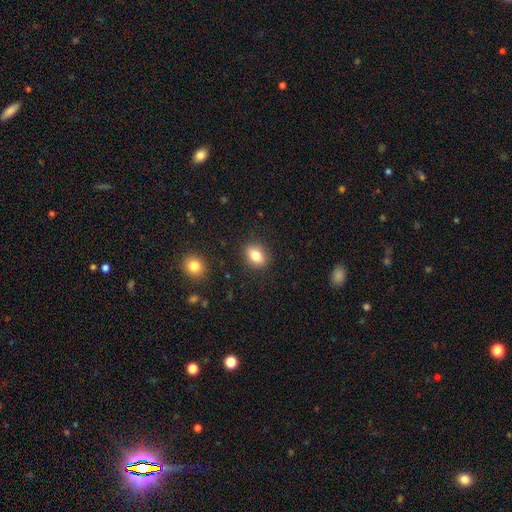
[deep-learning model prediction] The model was most divided on "how rounded": in between: 67%, round: 31%, cigar-shaped: 2%. More confident: merging — none (87%); smooth or featured — smooth (81%).